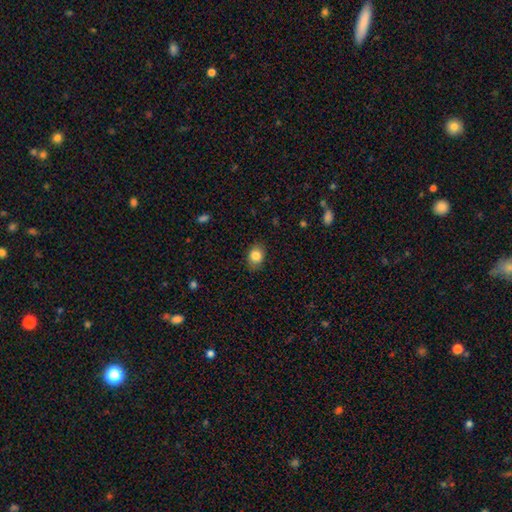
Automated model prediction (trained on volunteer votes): Smooth or featured? Predicted: smooth (p=0.84). How rounded? Predicted: in between (p=0.61). Merging? Predicted: none (p=0.85).